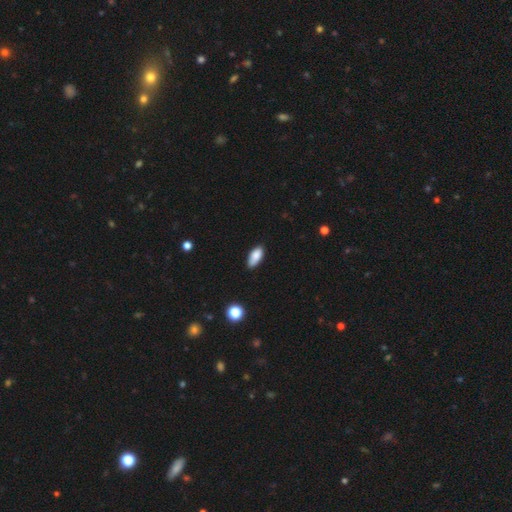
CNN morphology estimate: smooth-or-featured: smooth: 86% | star or artifact: 8% | featured or disk: 7%
  how-rounded: in between: 89% | cigar-shaped: 9% | round: 3%
  merging: none: 78% | minor disturbance: 18% | major disturbance: 2% | merger: 1%